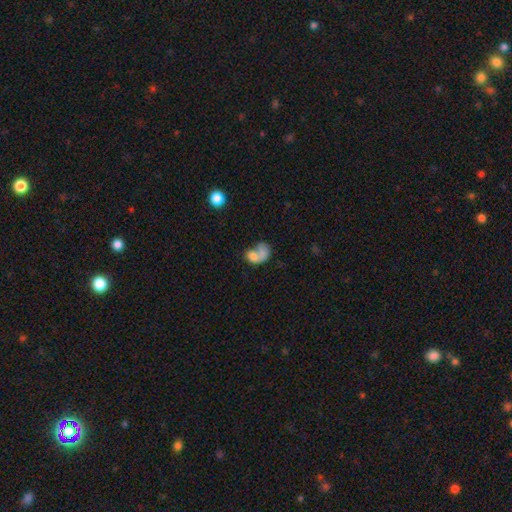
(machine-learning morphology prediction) smooth-or-featured: smooth: 67% | featured or disk: 24% | star or artifact: 9%
  how-rounded: in between: 68% | round: 30% | cigar-shaped: 1%
  merging: merger: 61% | none: 16% | major disturbance: 15% | minor disturbance: 9%